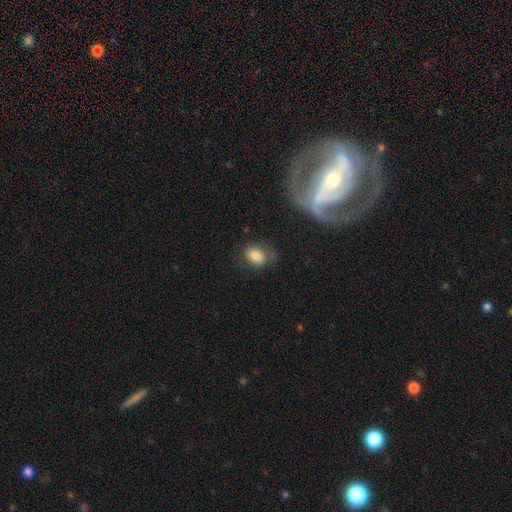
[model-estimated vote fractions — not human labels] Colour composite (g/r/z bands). It shows a smooth galaxy with no disk features (79%) that is in between round and cigar-shaped (72%). Merging: none (62%).